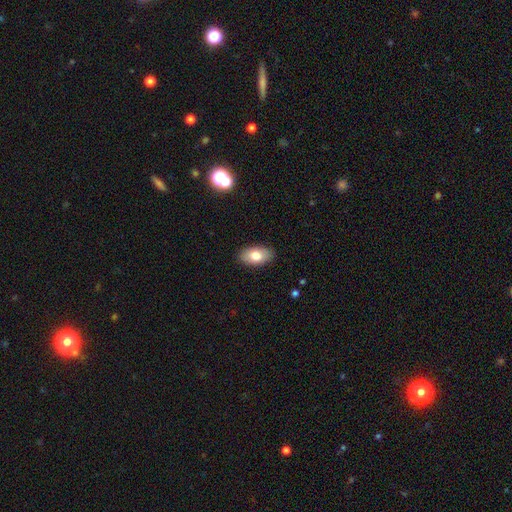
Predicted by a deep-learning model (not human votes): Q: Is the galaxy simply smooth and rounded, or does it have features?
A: smooth — 78%.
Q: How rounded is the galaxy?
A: in between — 94%.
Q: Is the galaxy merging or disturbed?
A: none — 89%.